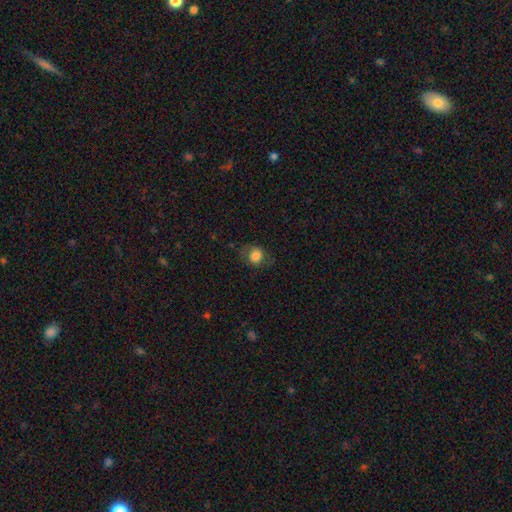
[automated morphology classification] A smooth galaxy with no disk features (78%) that is round (72%). Merging: none (71%).